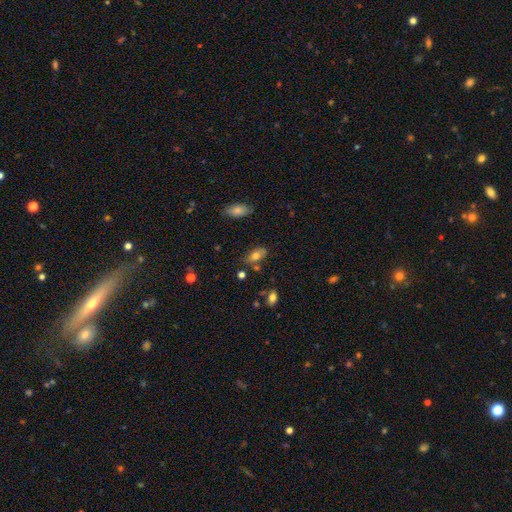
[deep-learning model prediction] Smooth or featured? Predicted: smooth (p=0.70). How rounded? Predicted: in between (p=0.88). Merging? Predicted: none (p=0.67).